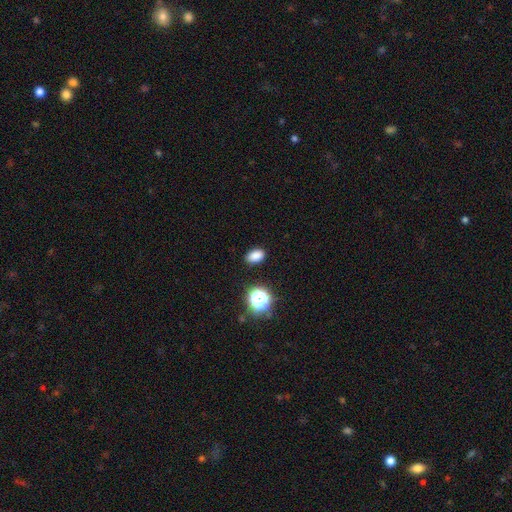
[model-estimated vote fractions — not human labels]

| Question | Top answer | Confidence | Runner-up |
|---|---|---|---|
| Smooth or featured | smooth | 83% | star or artifact (13%) |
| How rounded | in between | 84% | round (14%) |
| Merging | none | 87% | minor disturbance (9%) |